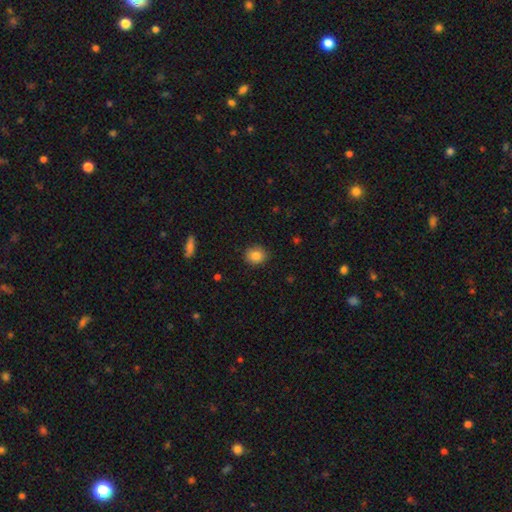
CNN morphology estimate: A smooth galaxy with no disk features (85%) that is round (78%). Merging: none (89%).